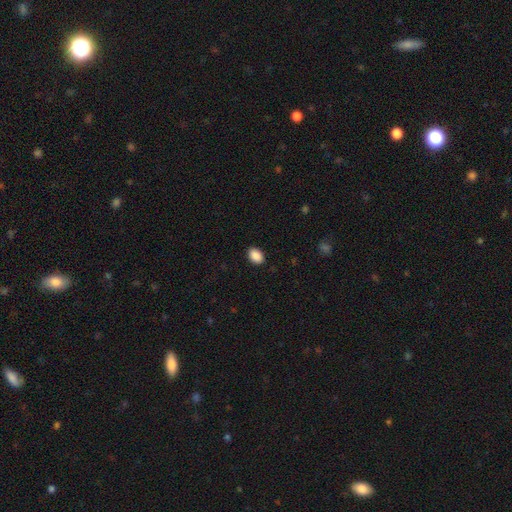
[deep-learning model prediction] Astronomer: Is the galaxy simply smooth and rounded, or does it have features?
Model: smooth — 90%.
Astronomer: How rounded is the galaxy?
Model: in between — 80%.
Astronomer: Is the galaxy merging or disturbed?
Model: none — 89%.